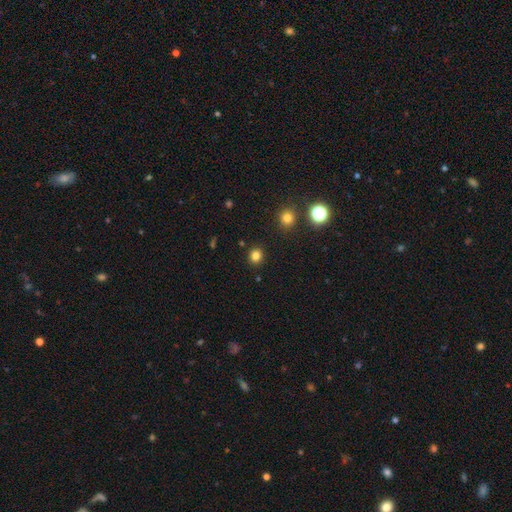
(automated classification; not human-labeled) Overall: smooth (82%). How rounded: round (82%). Merging: none (90%).